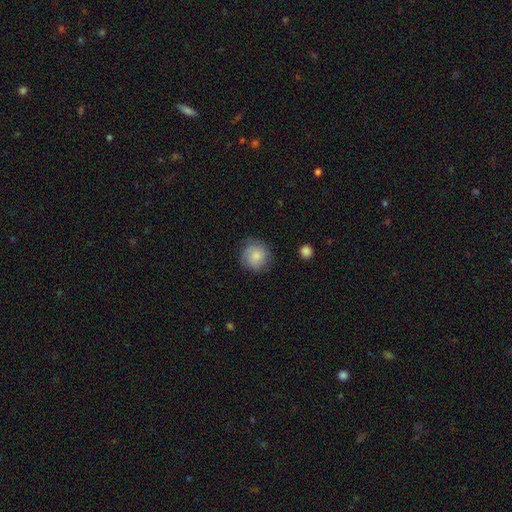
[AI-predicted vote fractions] Smooth or featured?
  - smooth: 76% *
  - featured or disk: 17%
  - star or artifact: 7%
How rounded?
  - round: 91% *
  - in between: 8%
  - cigar-shaped: 1%
Merging?
  - none: 78% *
  - minor disturbance: 16%
  - major disturbance: 5%
  - merger: 1%